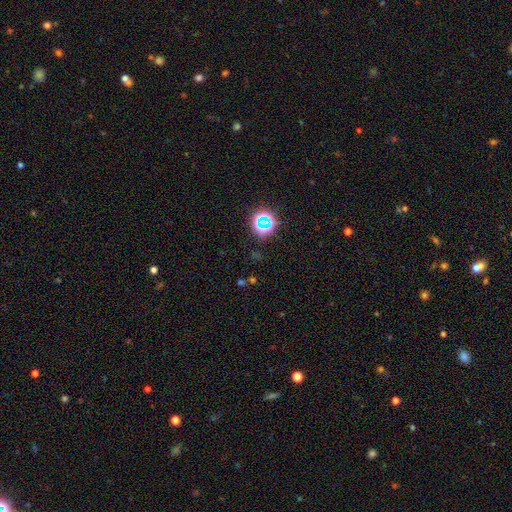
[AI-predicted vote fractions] Smooth or featured? star or artifact (60%)